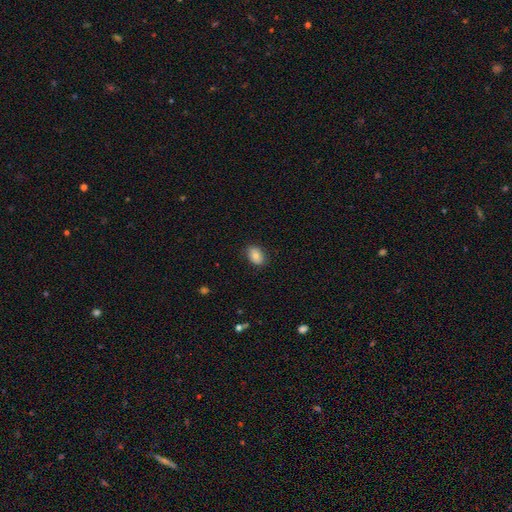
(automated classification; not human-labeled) Morphology: type=smooth (80%); roundness=in between (80%); merging=none (85%).